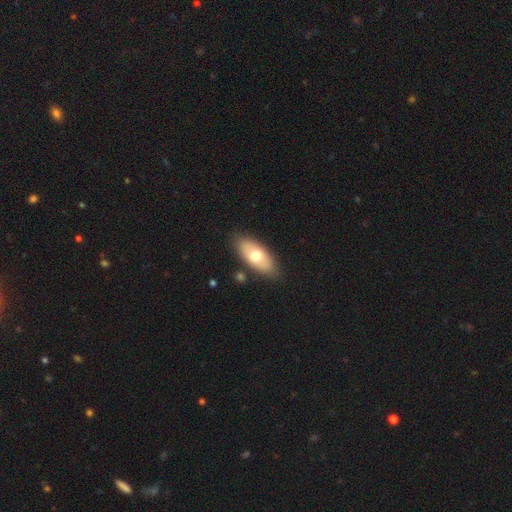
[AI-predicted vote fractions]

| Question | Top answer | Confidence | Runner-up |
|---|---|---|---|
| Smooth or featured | smooth | 64% | featured or disk (30%) |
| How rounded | in between | 88% | cigar-shaped (9%) |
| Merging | none | 84% | minor disturbance (11%) |